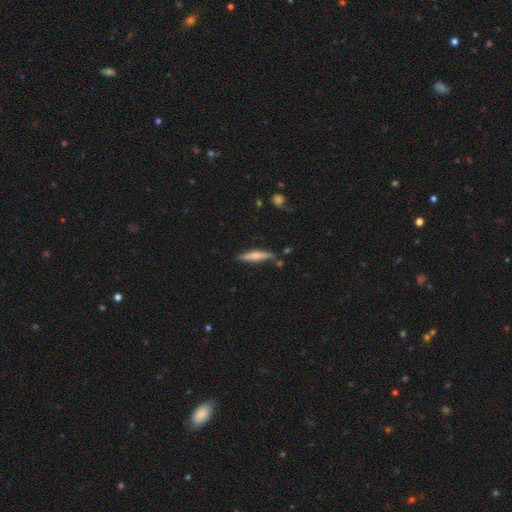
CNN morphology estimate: Smooth or featured? smooth (53%)
How rounded? cigar-shaped (87%)
Merging? none (74%)